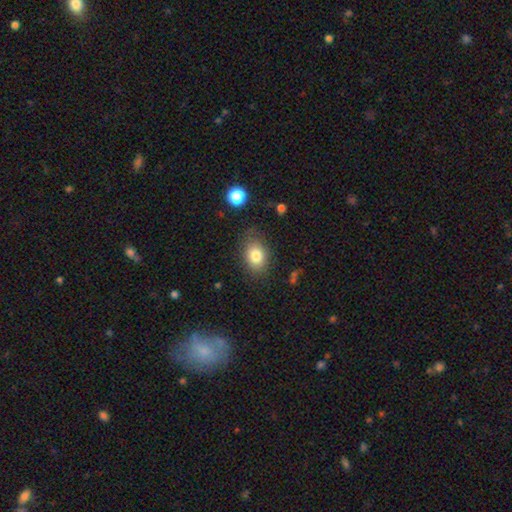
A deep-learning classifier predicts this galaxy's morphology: A smooth galaxy with no disk features (81%) that is in between round and cigar-shaped (71%).

Vote fractions:
- Smooth or featured? smooth: 81% / star or artifact: 10% / featured or disk: 9%
- How rounded? in between: 71% / round: 28% / cigar-shaped: 1%
- Merging? none: 77% / minor disturbance: 16% / major disturbance: 5% / merger: 2%